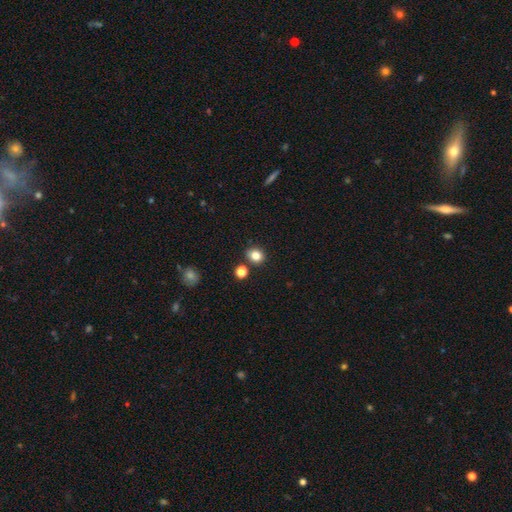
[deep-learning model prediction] Smooth or featured? Predicted: smooth (p=0.82). How rounded? Predicted: round (p=0.73). Merging? Predicted: none (p=0.82).